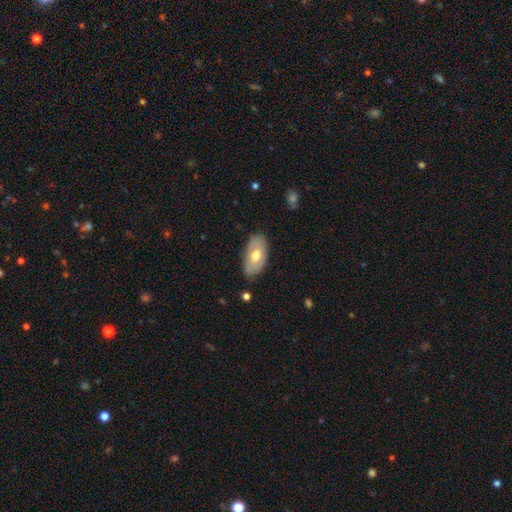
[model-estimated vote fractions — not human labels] Smooth or featured?
  - smooth: 59% *
  - featured or disk: 35%
  - star or artifact: 6%
How rounded?
  - in between: 94% *
  - round: 4%
  - cigar-shaped: 3%
Merging?
  - none: 81% *
  - minor disturbance: 15%
  - major disturbance: 3%
  - merger: 1%